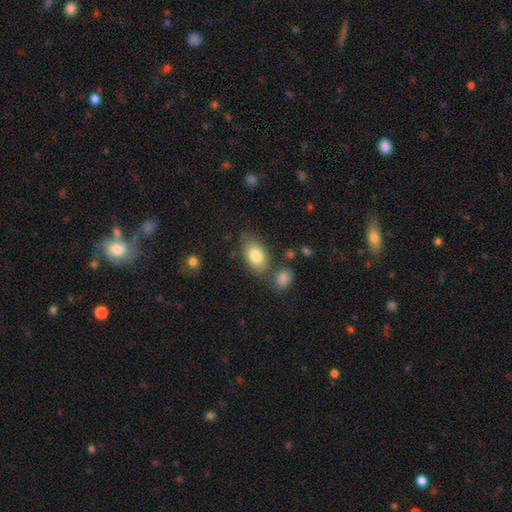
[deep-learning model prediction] Q: Smooth or featured?
A: smooth (80%); runner-up: featured or disk (12%)
Q: How rounded?
A: in between (90%); runner-up: round (8%)
Q: Merging?
A: none (71%); runner-up: minor disturbance (15%)